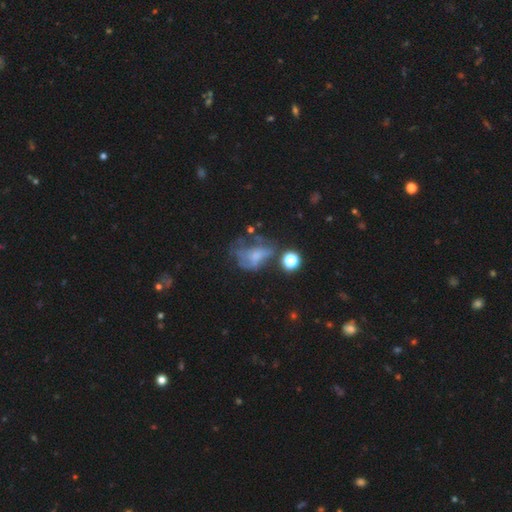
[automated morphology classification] smooth_or_featured: featured or disk (p=0.45) [alt: smooth p=0.36]
merging: major disturbance (p=0.40) [alt: none p=0.27]